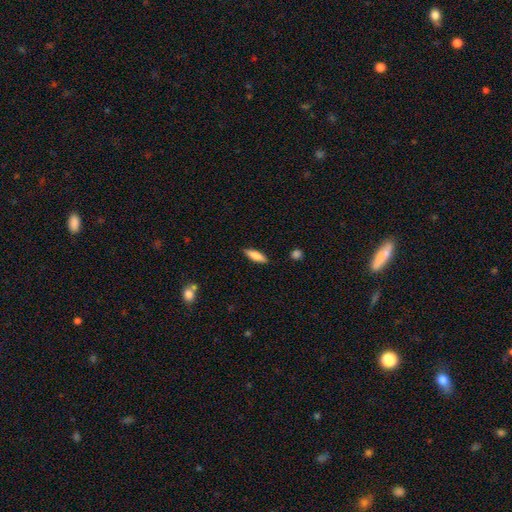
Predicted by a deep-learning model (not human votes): Overall: smooth (79%). How rounded: cigar-shaped (54%; in between 44%). Merging: none (88%).